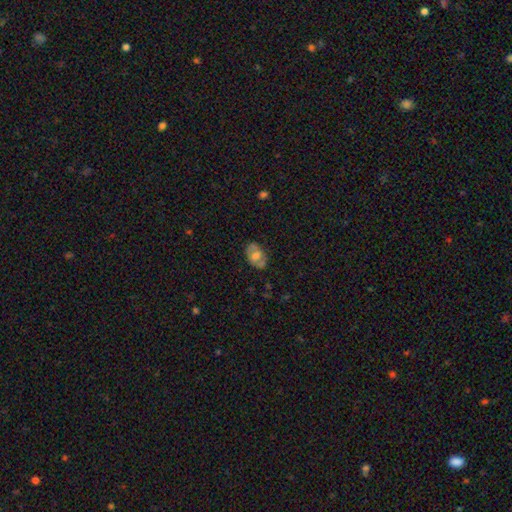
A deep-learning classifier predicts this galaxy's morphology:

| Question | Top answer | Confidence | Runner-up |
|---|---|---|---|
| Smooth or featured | smooth | 49% | featured or disk (44%) |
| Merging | none | 75% | minor disturbance (18%) |